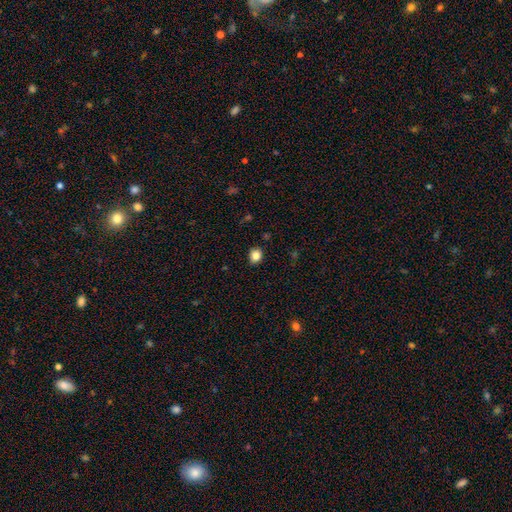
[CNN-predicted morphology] A smooth galaxy with no disk features (84%) that is round (57%).

Vote fractions:
- Smooth or featured? smooth: 84% / star or artifact: 10% / featured or disk: 5%
- How rounded? round: 57% / in between: 42% / cigar-shaped: 1%
- Merging? none: 88% / minor disturbance: 9% / major disturbance: 2% / merger: 1%